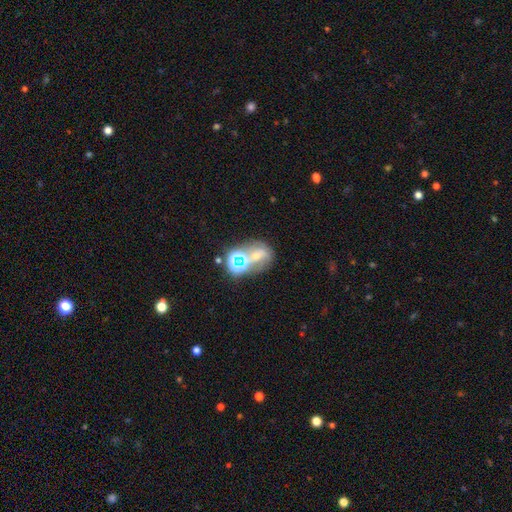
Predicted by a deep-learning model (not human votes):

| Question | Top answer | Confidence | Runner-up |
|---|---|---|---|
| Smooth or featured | smooth | 37% | featured or disk (32%) |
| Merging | none | 40% | merger (33%) |